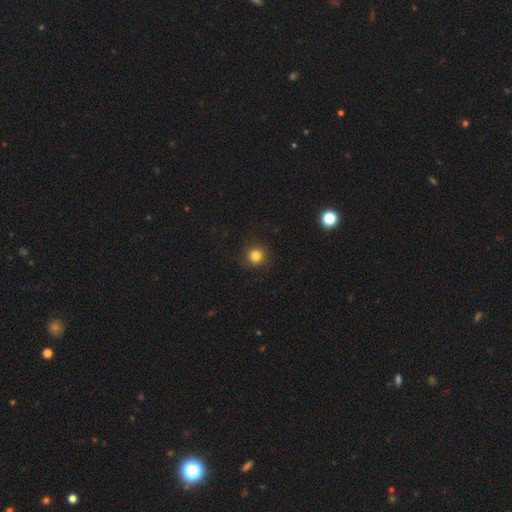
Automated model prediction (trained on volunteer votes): smooth_or_featured: smooth (p=0.82) [alt: star or artifact p=0.13]
how_rounded: round (p=0.94) [alt: in between p=0.05]
merging: none (p=0.90) [alt: minor disturbance p=0.06]